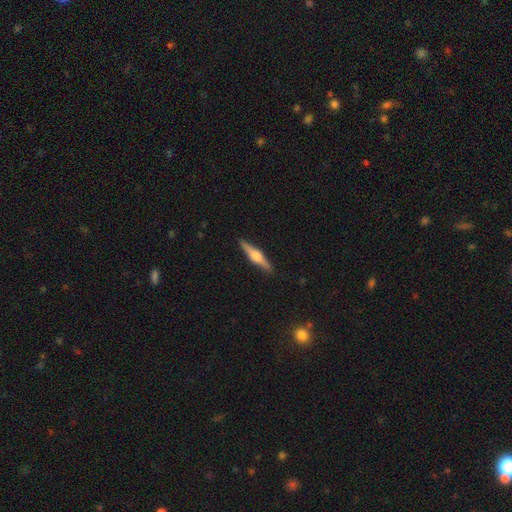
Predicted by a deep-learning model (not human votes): smooth_or_featured: featured or disk (p=0.71) [alt: smooth p=0.23]
disk_edge_on: yes (p=0.98) [alt: no p=0.02]
edge_on_bulge: rounded (p=0.88) [alt: boxy p=0.10]
merging: none (p=0.91) [alt: minor disturbance p=0.07]